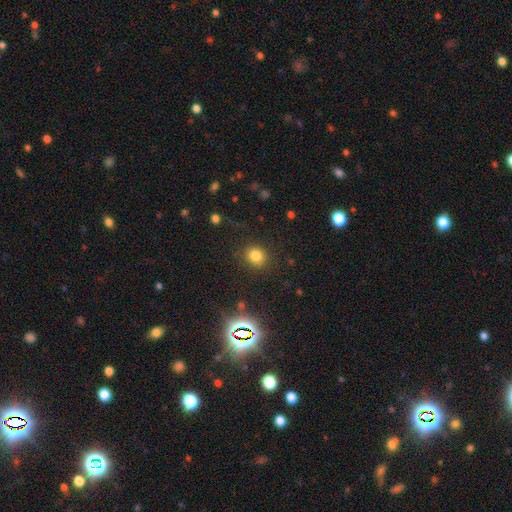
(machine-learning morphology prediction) Smooth or featured?
  - smooth: 78% *
  - star or artifact: 16%
  - featured or disk: 7%
How rounded?
  - round: 74% *
  - in between: 25%
  - cigar-shaped: 1%
Merging?
  - none: 83% *
  - minor disturbance: 10%
  - major disturbance: 4%
  - merger: 2%